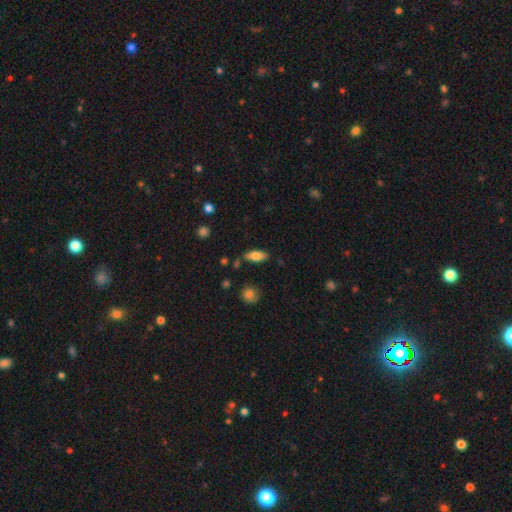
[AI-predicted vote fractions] Smooth or featured? Predicted: smooth (p=0.78). How rounded? Predicted: in between (p=0.83). Merging? Predicted: none (p=0.81).